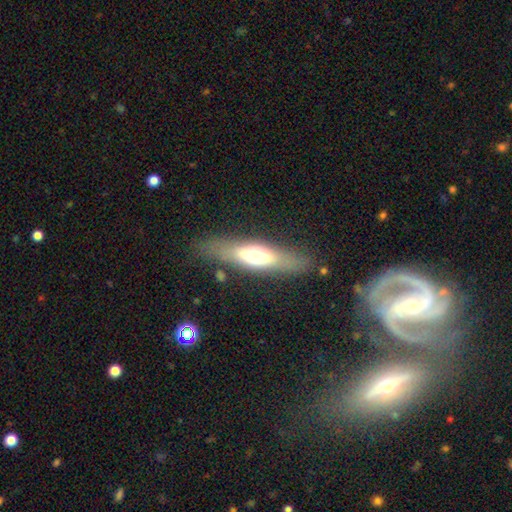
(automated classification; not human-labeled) This appears to be a smooth galaxy with no disk features (50%). Merging: none (80%).